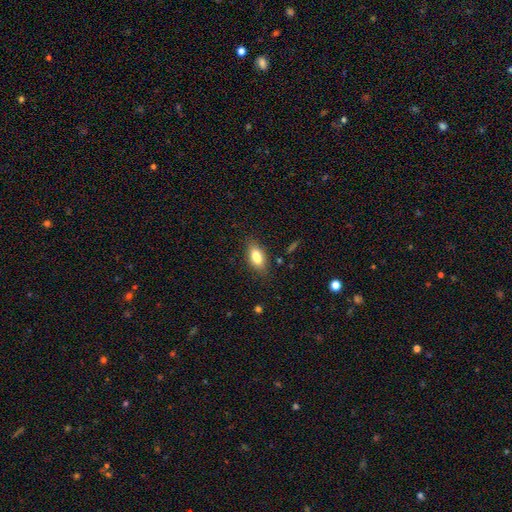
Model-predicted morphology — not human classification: This appears to be a smooth galaxy with no disk features (78%) that is in between round and cigar-shaped (84%). Merging: none (74%).